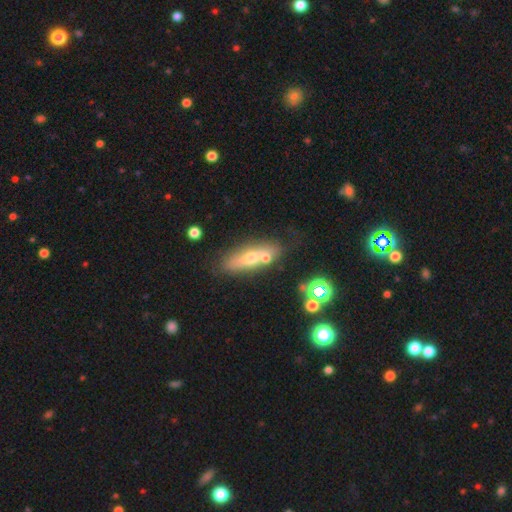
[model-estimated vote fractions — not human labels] This is possibly a smooth galaxy (52%). How rounded: possibly cigar-shaped (49%). Merging: possibly none (60%).